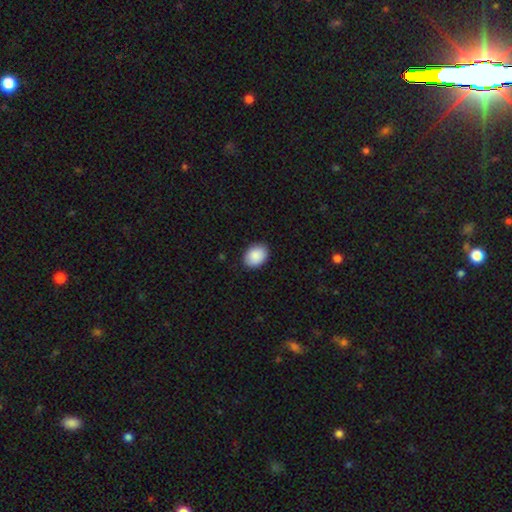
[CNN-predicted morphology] Overall: smooth (90%). How rounded: in between (72%). Merging: none (88%).